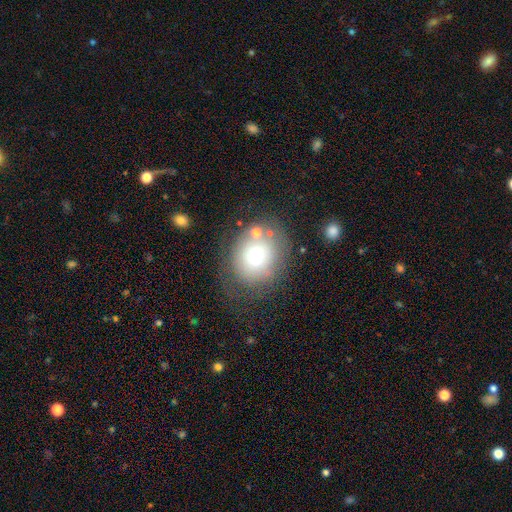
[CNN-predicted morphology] smooth-or-featured: smooth: 65% | featured or disk: 21% | star or artifact: 14%
  how-rounded: round: 72% | in between: 27% | cigar-shaped: 1%
  merging: none: 61% | minor disturbance: 17% | major disturbance: 13% | merger: 9%